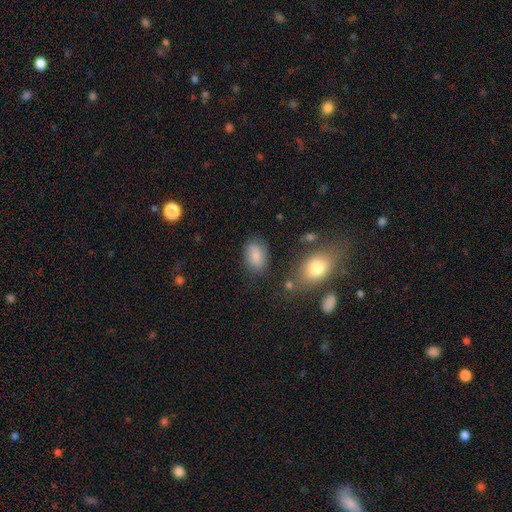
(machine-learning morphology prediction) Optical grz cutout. It shows a smooth galaxy with no disk features (79%) that is in between round and cigar-shaped (85%). Merging: none (72%).